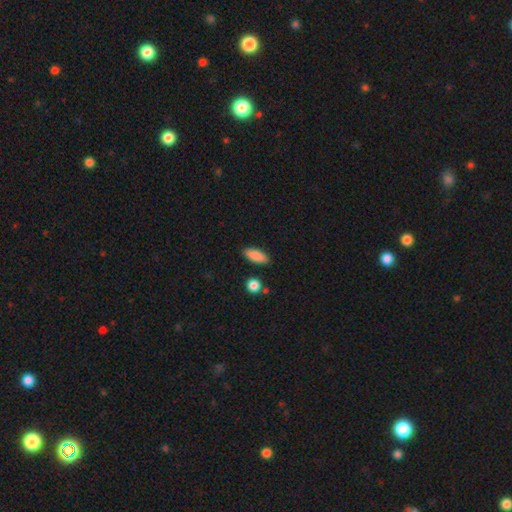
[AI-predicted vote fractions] smooth 87%, star or artifact 7%, featured or disk 6%. Down the decision tree: how rounded — in between (71%); merging — none (85%).